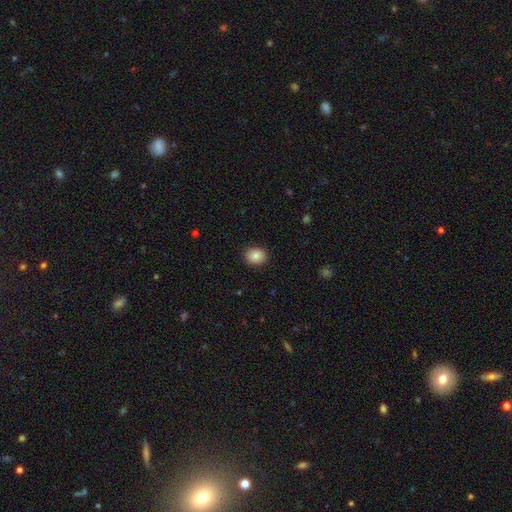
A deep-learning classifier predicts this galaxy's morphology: A smooth galaxy with no disk features (86%) that is round (57%).

Vote fractions:
- Smooth or featured? smooth: 86% / star or artifact: 8% / featured or disk: 6%
- How rounded? round: 57% / in between: 42% / cigar-shaped: 1%
- Merging? none: 89% / minor disturbance: 8% / major disturbance: 2% / merger: 1%